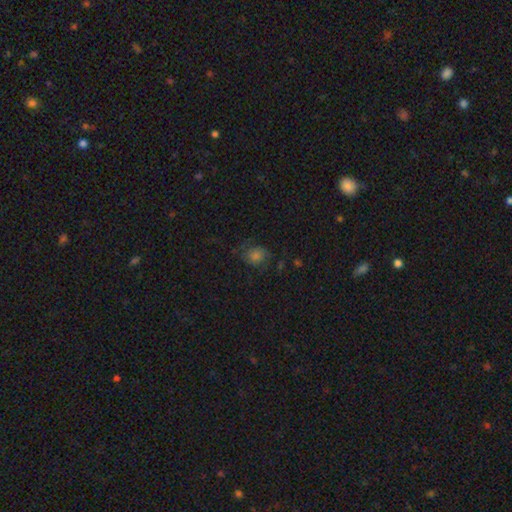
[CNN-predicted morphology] Q: Smooth or featured?
A: smooth (59%); runner-up: featured or disk (22%)
Q: How rounded?
A: round (56%); runner-up: in between (43%)
Q: Merging?
A: none (60%); runner-up: minor disturbance (24%)